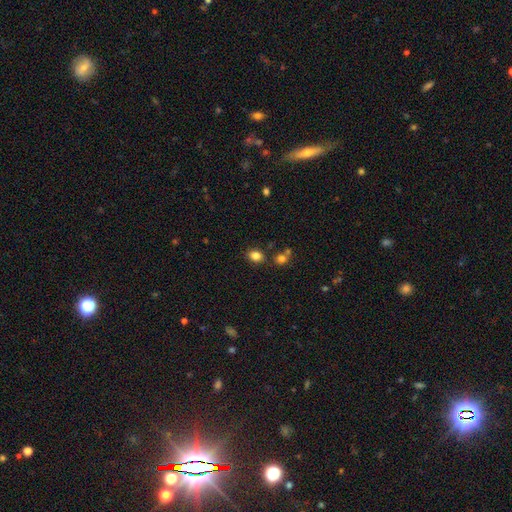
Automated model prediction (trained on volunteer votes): Smooth or featured? Predicted: smooth (p=0.83). How rounded? Predicted: in between (p=0.60). Merging? Predicted: none (p=0.79).